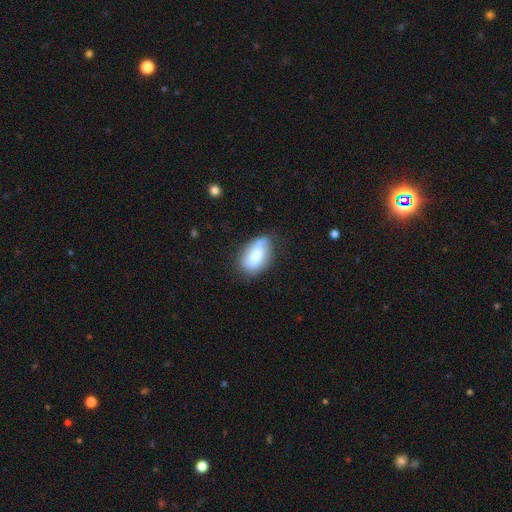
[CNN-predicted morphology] smooth 69%, featured or disk 23%, star or artifact 8%. Down the decision tree: how rounded — in between (90%); merging — none (53%).